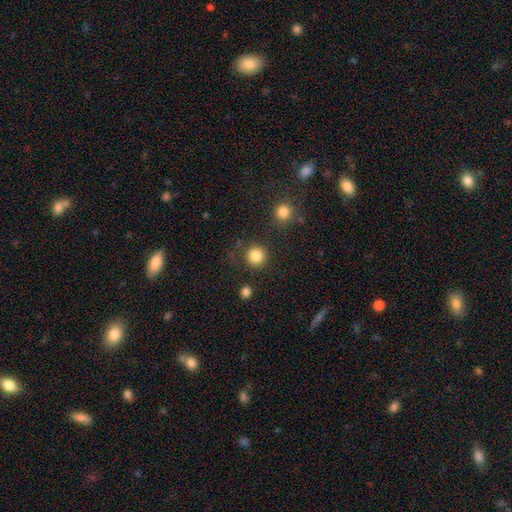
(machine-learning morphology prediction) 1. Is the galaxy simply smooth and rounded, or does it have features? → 85% smooth, 11% star or artifact, 4% featured or disk.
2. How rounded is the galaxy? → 95% round, 4% in between, 1% cigar-shaped.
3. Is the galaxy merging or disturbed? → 86% none, 7% minor disturbance, 4% merger, 4% major disturbance.